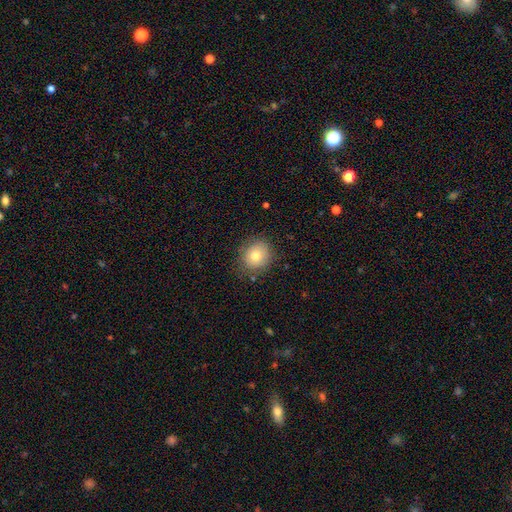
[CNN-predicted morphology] Q: Smooth or featured?
A: smooth (77%); runner-up: featured or disk (12%)
Q: How rounded?
A: round (84%); runner-up: in between (15%)
Q: Merging?
A: none (83%); runner-up: minor disturbance (12%)